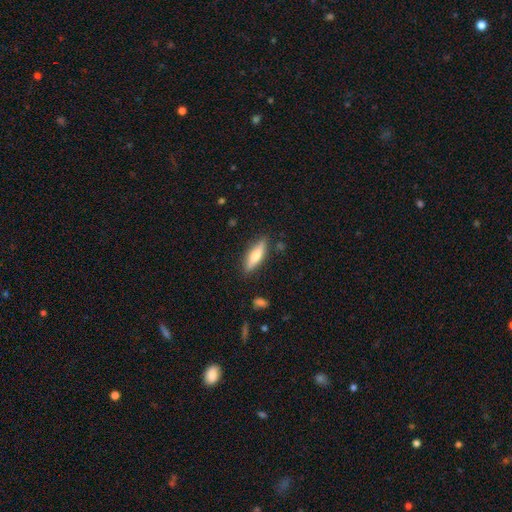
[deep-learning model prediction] Smooth or featured?
  - smooth: 56% *
  - featured or disk: 38%
  - star or artifact: 6%
How rounded?
  - cigar-shaped: 61% *
  - in between: 37%
  - round: 2%
Merging?
  - none: 84% *
  - minor disturbance: 12%
  - major disturbance: 2%
  - merger: 2%